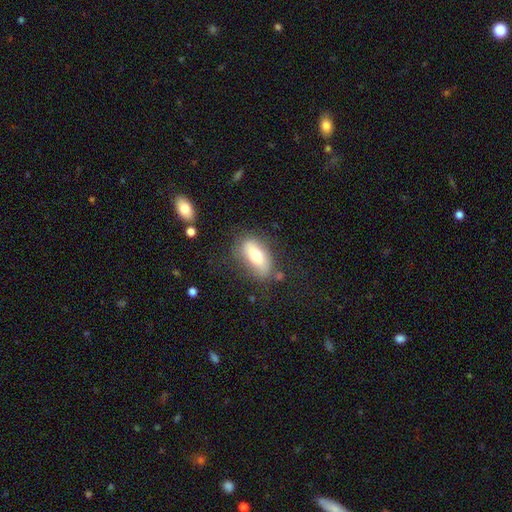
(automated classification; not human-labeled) smooth-or-featured: smooth: 68% | featured or disk: 25% | star or artifact: 7%
  how-rounded: in between: 81% | cigar-shaped: 15% | round: 4%
  merging: none: 68% | minor disturbance: 20% | major disturbance: 9% | merger: 3%